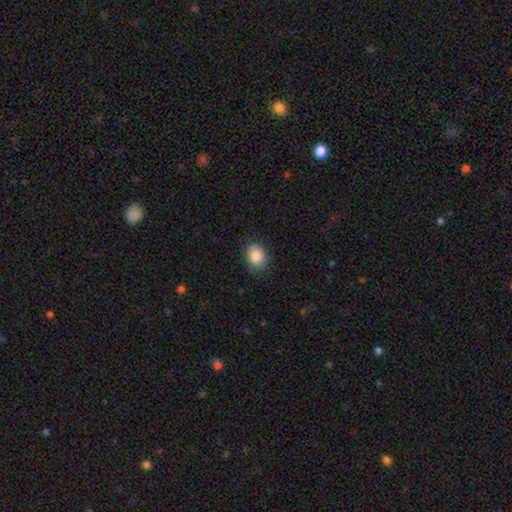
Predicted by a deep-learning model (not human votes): Smooth or featured?
  - smooth: 87% *
  - star or artifact: 8%
  - featured or disk: 5%
How rounded?
  - in between: 57% *
  - round: 42%
  - cigar-shaped: 1%
Merging?
  - none: 80% *
  - minor disturbance: 16%
  - major disturbance: 3%
  - merger: 1%